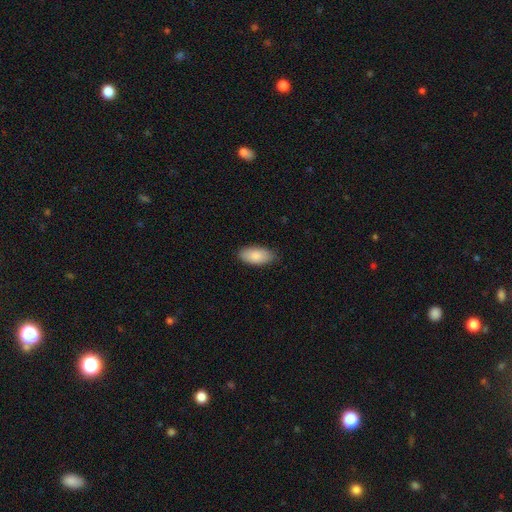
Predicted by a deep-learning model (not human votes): Overall: smooth (86%). How rounded: in between (93%). Merging: none (84%).